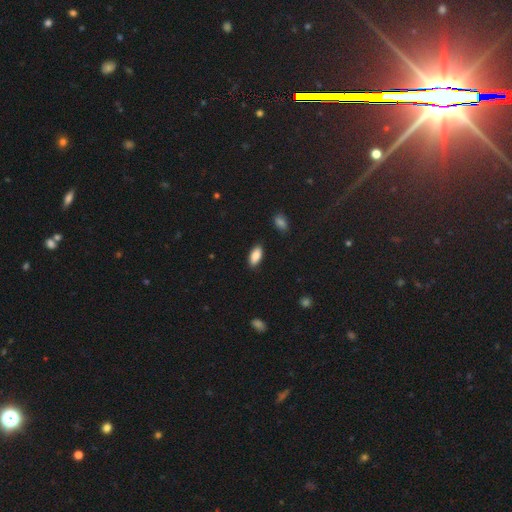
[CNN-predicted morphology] Smooth or featured? smooth (88%)
How rounded? in between (90%)
Merging? none (87%)